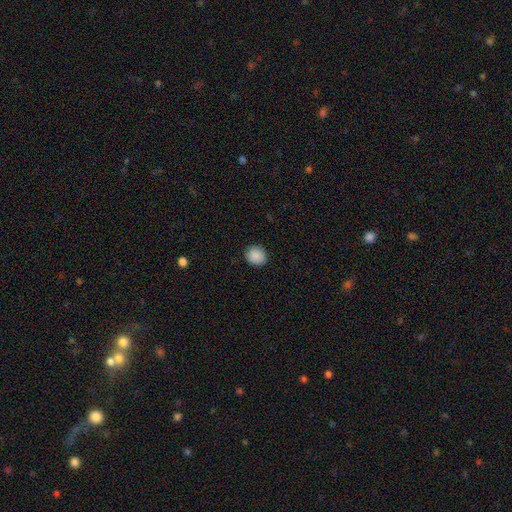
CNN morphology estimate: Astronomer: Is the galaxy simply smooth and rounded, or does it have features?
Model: smooth — 90%.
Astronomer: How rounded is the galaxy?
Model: round — 81%.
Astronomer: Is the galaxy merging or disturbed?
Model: none — 90%.